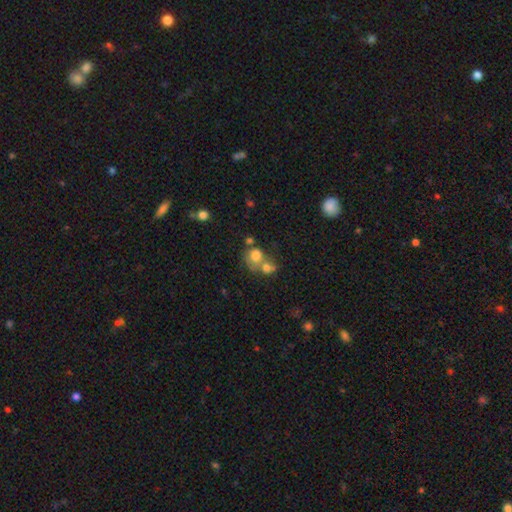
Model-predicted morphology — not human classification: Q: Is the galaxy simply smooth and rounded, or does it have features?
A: smooth — 73%.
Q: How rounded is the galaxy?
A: round — 70%.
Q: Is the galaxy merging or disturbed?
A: merger — 56%.